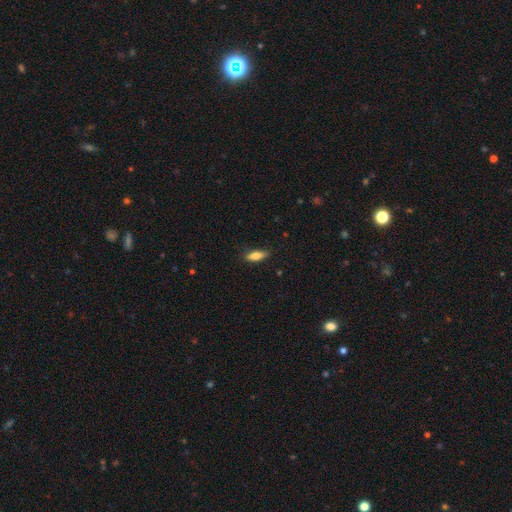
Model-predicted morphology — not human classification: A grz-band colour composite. It shows a smooth galaxy with no disk features (78%) that is in between round and cigar-shaped (61%). Merging: none (83%).